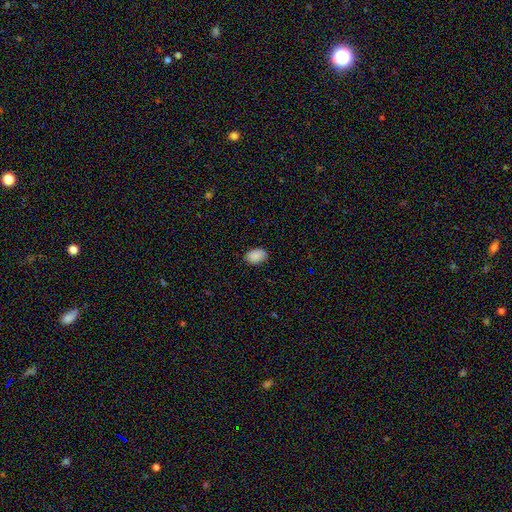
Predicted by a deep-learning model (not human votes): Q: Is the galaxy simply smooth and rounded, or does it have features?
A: smooth — 89%.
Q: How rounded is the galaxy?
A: in between — 82%.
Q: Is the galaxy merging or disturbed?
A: none — 84%.